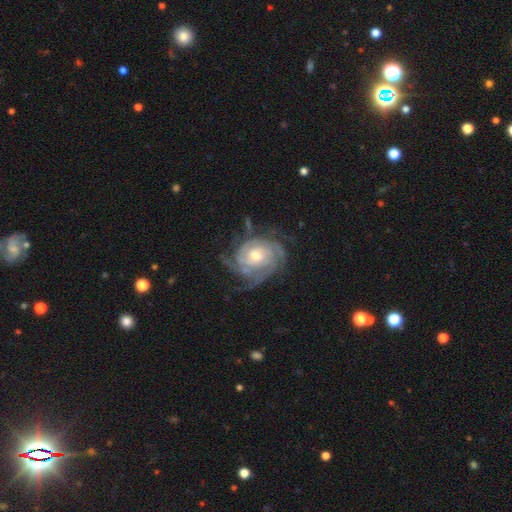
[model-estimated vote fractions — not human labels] A featured or disk galaxy (90%) with no bar (66%), 4 (28%) tight (73%) spiral arms (98%) and a moderate central bulge (66%). Merging: none (68%).